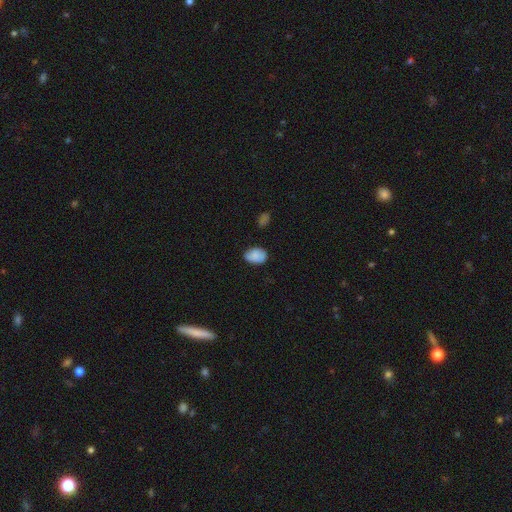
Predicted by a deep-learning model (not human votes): smooth_or_featured: smooth (p=0.86) [alt: star or artifact p=0.08]
how_rounded: in between (p=0.83) [alt: round p=0.16]
merging: none (p=0.74) [alt: minor disturbance p=0.20]